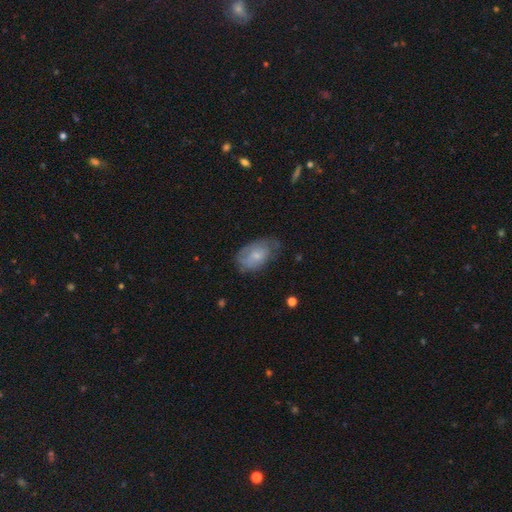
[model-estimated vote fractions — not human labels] This appears to be a smooth galaxy with no disk features (57%) that is in between round and cigar-shaped (90%). Merging: none (51%).